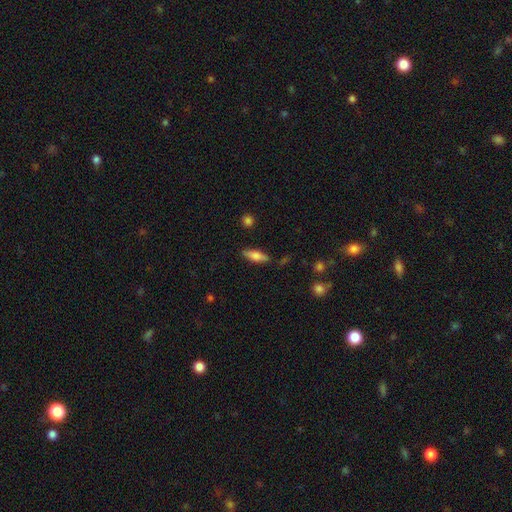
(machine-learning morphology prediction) smooth_or_featured: smooth (p=0.67) [alt: featured or disk p=0.26]
how_rounded: in between (p=0.52) [alt: cigar-shaped p=0.45]
merging: none (p=0.83) [alt: minor disturbance p=0.12]